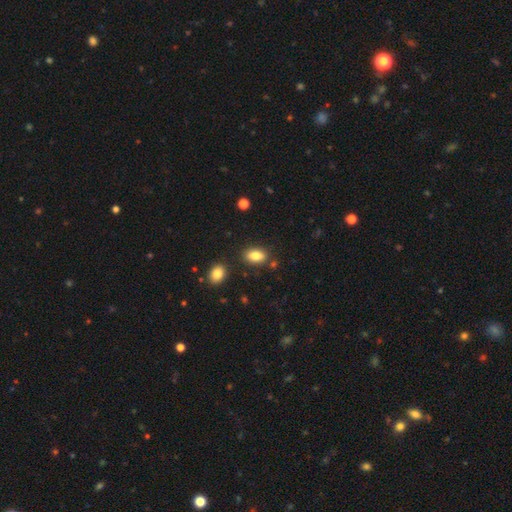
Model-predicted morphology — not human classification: smooth-or-featured: smooth: 85% | star or artifact: 8% | featured or disk: 7%
  how-rounded: in between: 89% | round: 9% | cigar-shaped: 3%
  merging: none: 83% | minor disturbance: 10% | merger: 5% | major disturbance: 2%